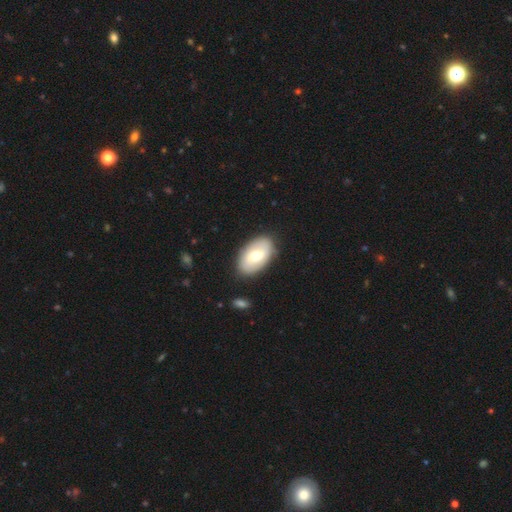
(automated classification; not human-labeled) Smooth or featured? Predicted: smooth (p=0.61). How rounded? Predicted: in between (p=0.93). Merging? Predicted: none (p=0.86).